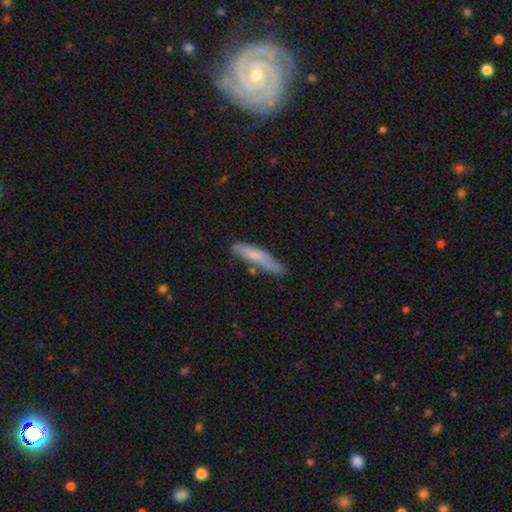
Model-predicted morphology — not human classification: smooth_or_featured: smooth (p=0.67) [alt: featured or disk p=0.26]
how_rounded: cigar-shaped (p=0.88) [alt: in between p=0.10]
merging: none (p=0.69) [alt: minor disturbance p=0.21]